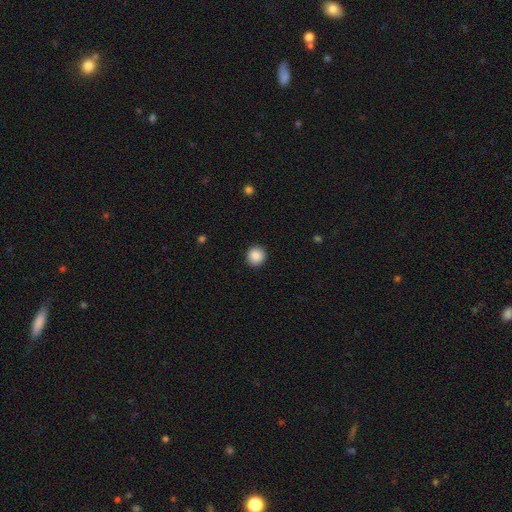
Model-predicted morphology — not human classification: Smooth or featured?
  - smooth: 88% *
  - star or artifact: 9%
  - featured or disk: 3%
How rounded?
  - round: 90% *
  - in between: 9%
  - cigar-shaped: 1%
Merging?
  - none: 92% *
  - minor disturbance: 6%
  - major disturbance: 2%
  - merger: 1%